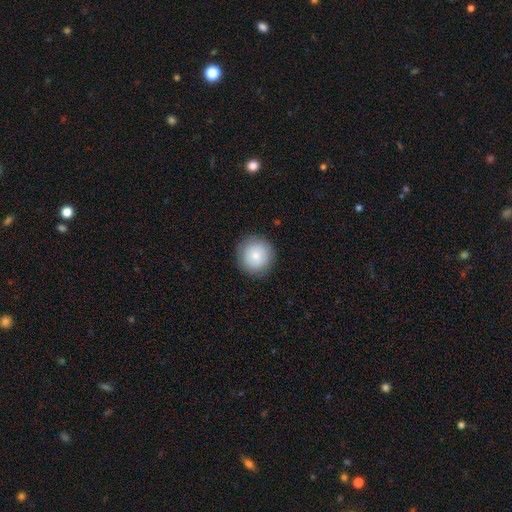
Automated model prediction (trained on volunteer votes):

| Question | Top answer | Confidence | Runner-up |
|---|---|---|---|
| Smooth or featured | smooth | 82% | featured or disk (10%) |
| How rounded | round | 94% | in between (5%) |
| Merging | none | 88% | minor disturbance (8%) |